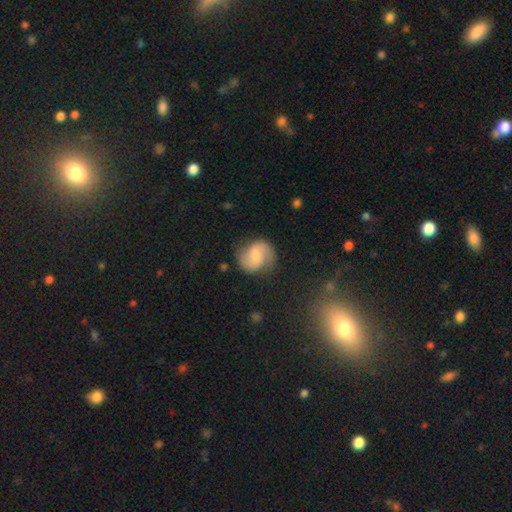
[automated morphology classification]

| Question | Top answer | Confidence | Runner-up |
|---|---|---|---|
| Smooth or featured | featured or disk | 64% | smooth (29%) |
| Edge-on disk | no | 98% | yes (2%) |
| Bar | weak | 47% | no (42%) |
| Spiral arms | yes | 93% | no (7%) |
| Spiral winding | medium | 47% | loose (34%) |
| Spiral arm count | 2 | 89% | can't tell (5%) |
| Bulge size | small | 43% | moderate (42%) |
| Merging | none | 76% | minor disturbance (16%) |